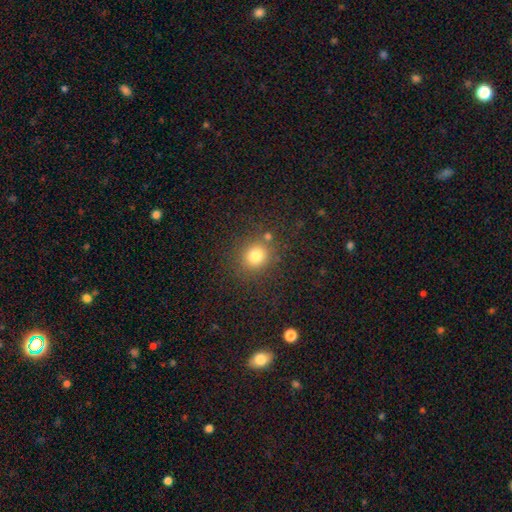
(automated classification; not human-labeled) The model was most divided on "how rounded": round: 81%, in between: 18%, cigar-shaped: 1%. More confident: smooth or featured — smooth (79%); merging — none (78%).